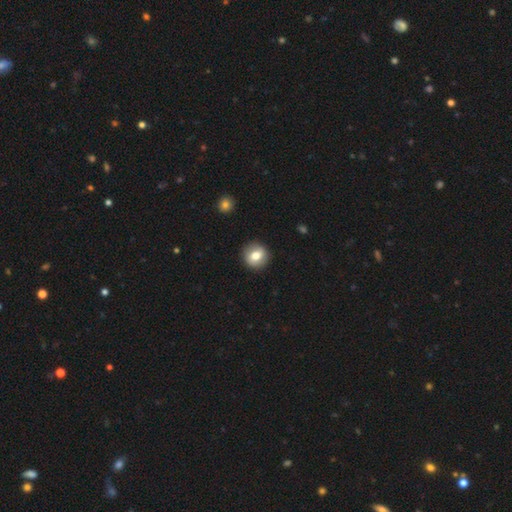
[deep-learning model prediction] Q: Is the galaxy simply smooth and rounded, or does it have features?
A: smooth — 72%.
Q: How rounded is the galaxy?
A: round — 90%.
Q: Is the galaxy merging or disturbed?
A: none — 90%.